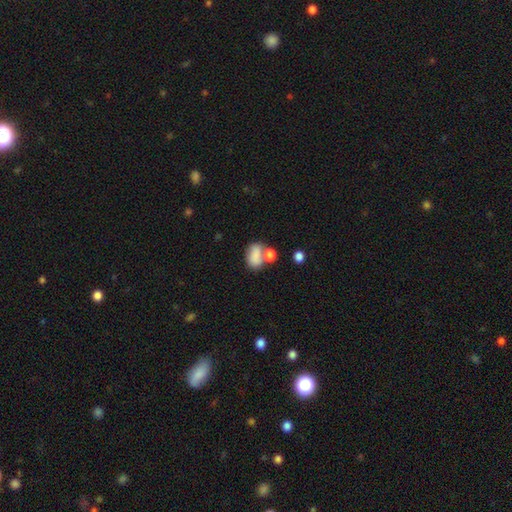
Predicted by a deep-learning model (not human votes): smooth-or-featured: smooth: 78% | featured or disk: 12% | star or artifact: 10%
  how-rounded: in between: 80% | round: 18% | cigar-shaped: 2%
  merging: merger: 43% | none: 35% | minor disturbance: 14% | major disturbance: 8%